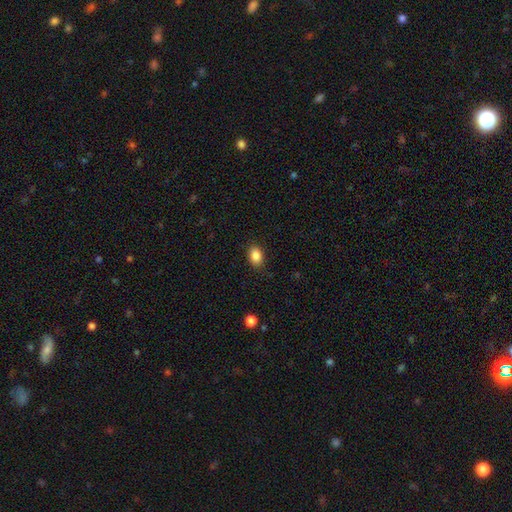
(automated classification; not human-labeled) Smooth or featured? smooth (87%)
How rounded? in between (79%)
Merging? none (87%)